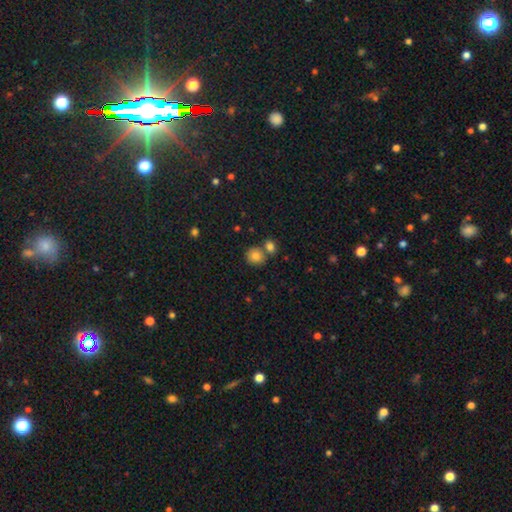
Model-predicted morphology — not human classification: The model was most divided on "merging": none: 58%, merger: 29%, minor disturbance: 10%, major disturbance: 3%. More confident: smooth or featured — smooth (83%); how rounded — round (78%).